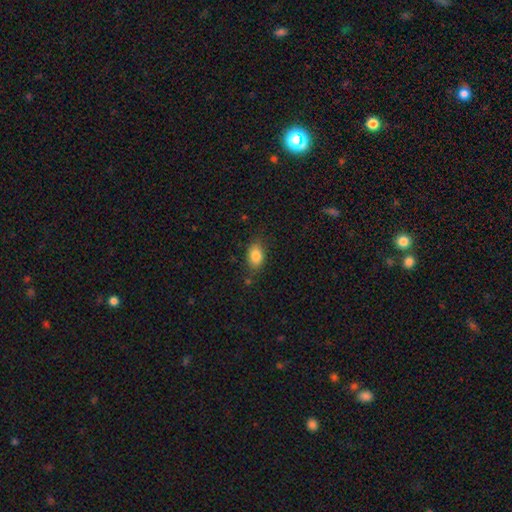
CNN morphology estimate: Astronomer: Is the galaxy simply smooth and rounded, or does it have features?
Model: smooth — 84%.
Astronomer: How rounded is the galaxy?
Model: in between — 85%.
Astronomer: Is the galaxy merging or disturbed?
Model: none — 77%.